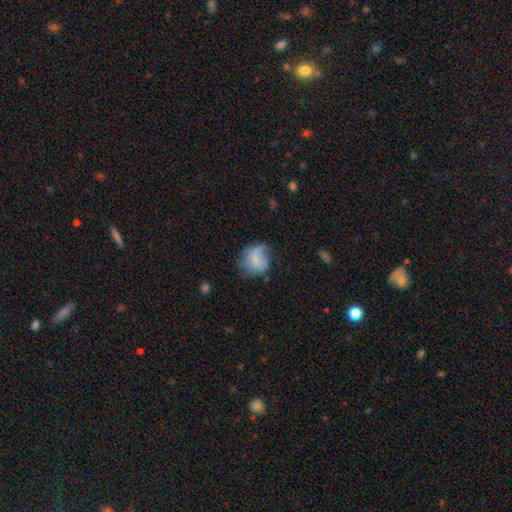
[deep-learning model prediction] The model was most divided on "merging": none: 39%, minor disturbance: 33%, major disturbance: 25%, merger: 4%. More confident: how rounded — round (64%); smooth or featured — smooth (64%).